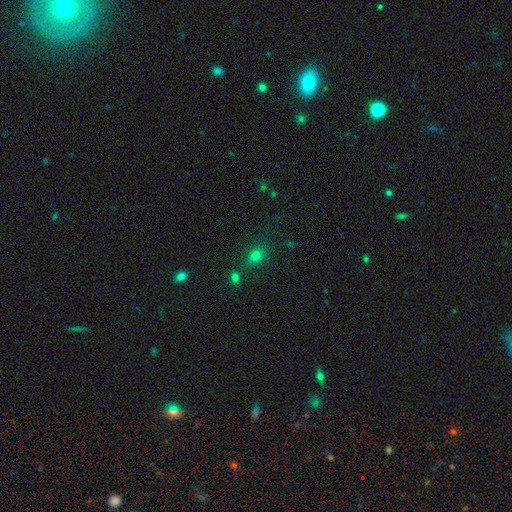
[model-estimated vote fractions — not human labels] Overall: smooth (72%). How rounded: round (58%; in between 40%). Merging: none (73%).